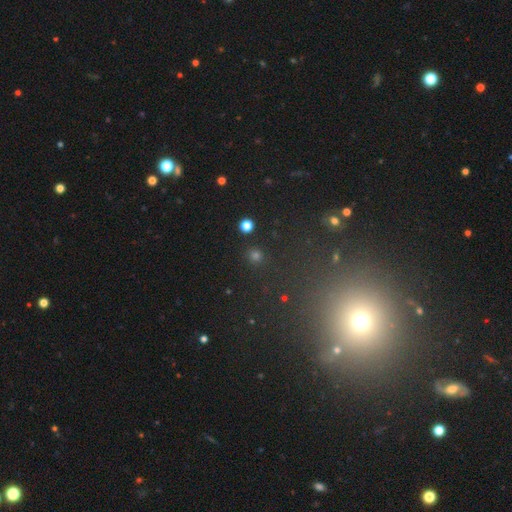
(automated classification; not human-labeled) A smooth galaxy with no disk features (59%) that is round (89%). Merging: none (89%).